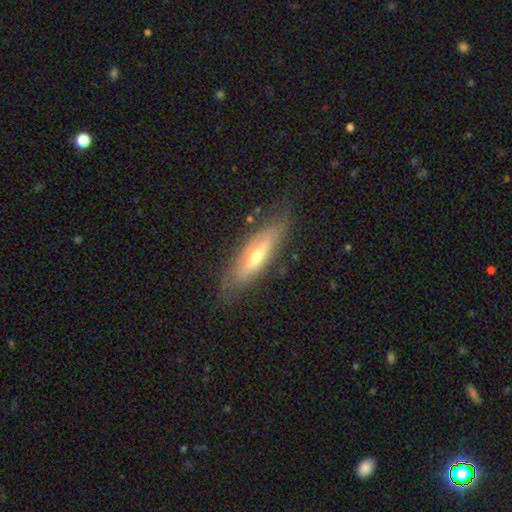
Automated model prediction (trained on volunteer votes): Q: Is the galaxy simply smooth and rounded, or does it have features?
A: featured or disk — 56%.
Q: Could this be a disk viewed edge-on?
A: yes — 66%.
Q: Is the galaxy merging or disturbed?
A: none — 77%.